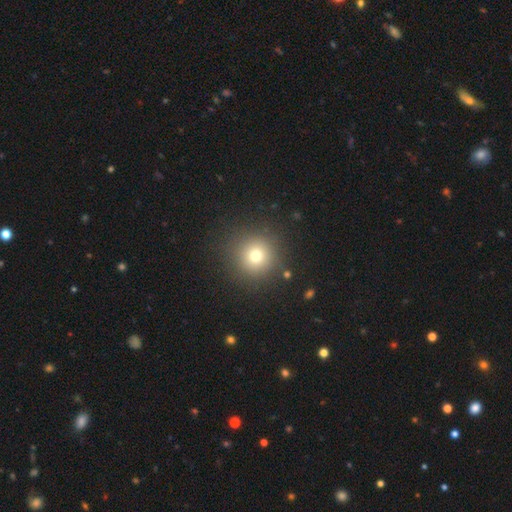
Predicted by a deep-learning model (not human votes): A smooth galaxy with no disk features (74%) that is round (94%). Merging: none (88%).